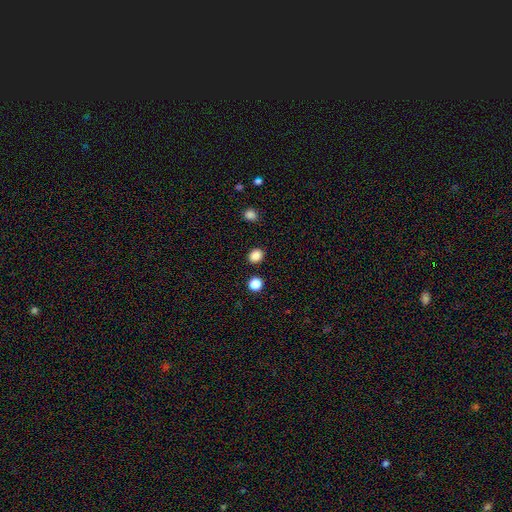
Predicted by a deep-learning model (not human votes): Smooth or featured?
  - smooth: 86% *
  - star or artifact: 11%
  - featured or disk: 3%
How rounded?
  - round: 72% *
  - in between: 27%
  - cigar-shaped: 1%
Merging?
  - none: 89% *
  - minor disturbance: 6%
  - merger: 3%
  - major disturbance: 2%